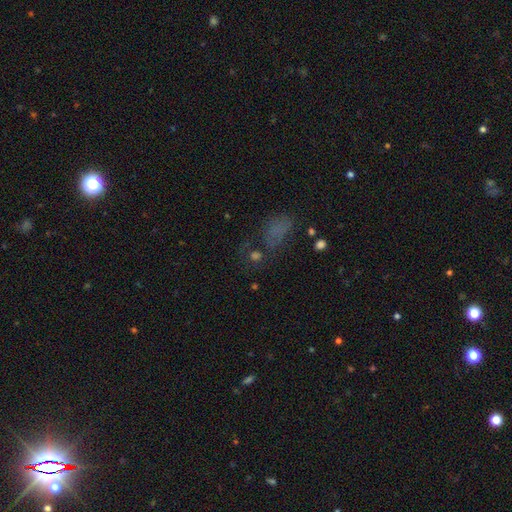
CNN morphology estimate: The model was most divided on "smooth or featured": smooth: 48%, star or artifact: 34%, featured or disk: 18%. Remaining: merging — none (43%).